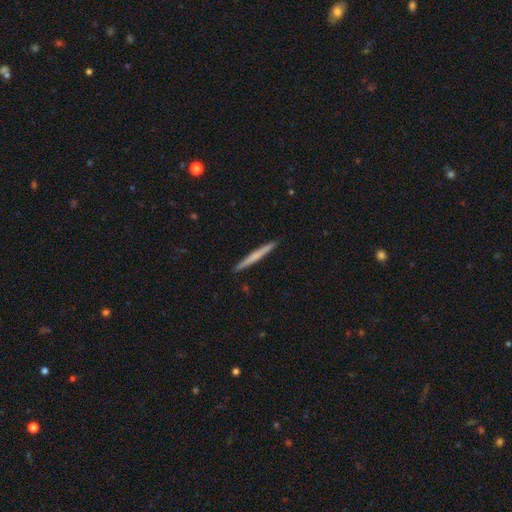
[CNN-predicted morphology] smooth-or-featured: smooth: 54% | featured or disk: 41% | star or artifact: 6%
  how-rounded: cigar-shaped: 97% | in between: 2% | round: 1%
  merging: none: 93% | minor disturbance: 5% | major disturbance: 1% | merger: 1%